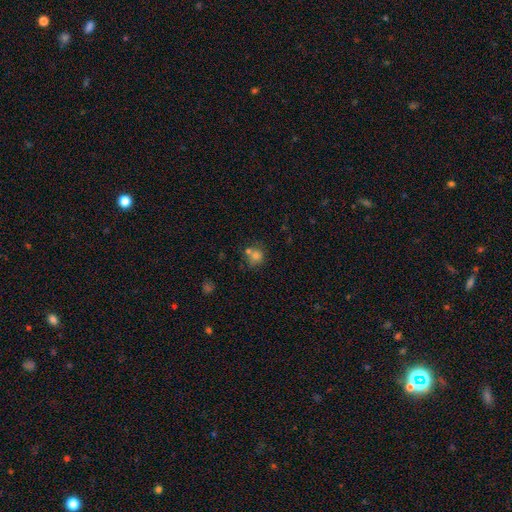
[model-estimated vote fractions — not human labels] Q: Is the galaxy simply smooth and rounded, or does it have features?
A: smooth — 74%.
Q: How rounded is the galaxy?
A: round — 81%.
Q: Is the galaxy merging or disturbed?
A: none — 53%.